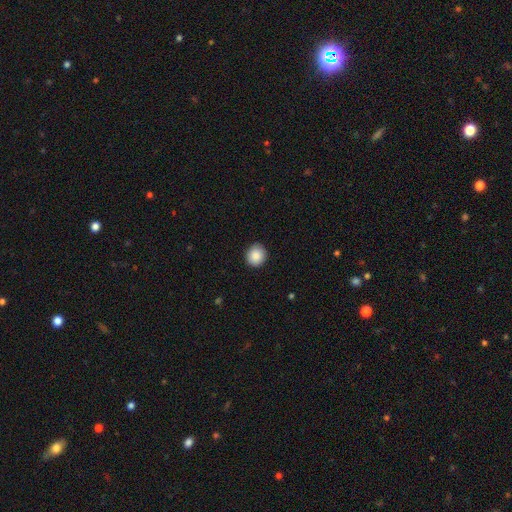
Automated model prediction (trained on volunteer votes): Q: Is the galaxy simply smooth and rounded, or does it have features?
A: smooth — 89%.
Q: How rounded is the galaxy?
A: round — 85%.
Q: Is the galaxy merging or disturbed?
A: none — 89%.